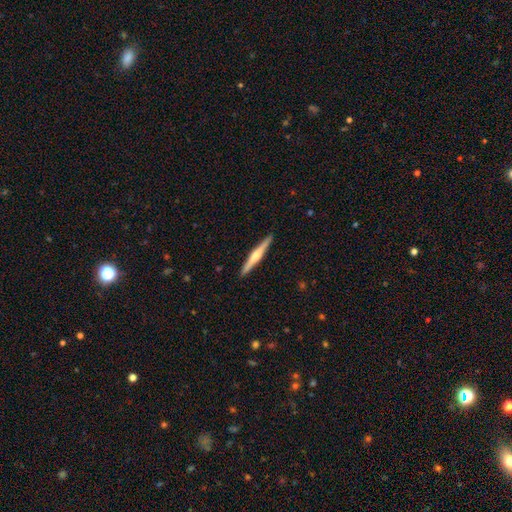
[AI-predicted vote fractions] Overall: featured or disk (70%). Edge-on disk: yes (98%). Edge-on bulge: rounded (87%). Merging: none (92%).